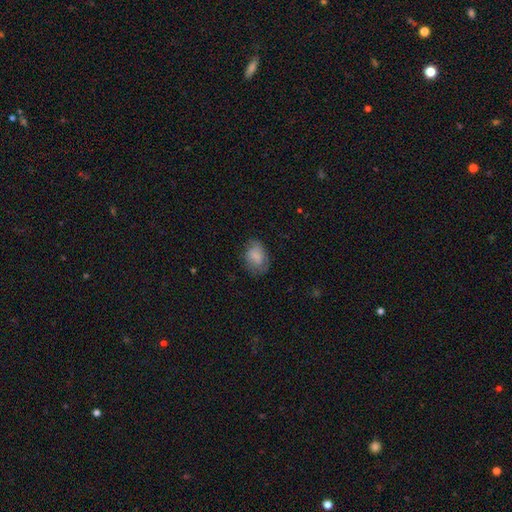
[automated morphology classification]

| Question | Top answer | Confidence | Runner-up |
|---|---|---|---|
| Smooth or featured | smooth | 73% | featured or disk (19%) |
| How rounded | in between | 78% | round (21%) |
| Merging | none | 65% | minor disturbance (25%) |